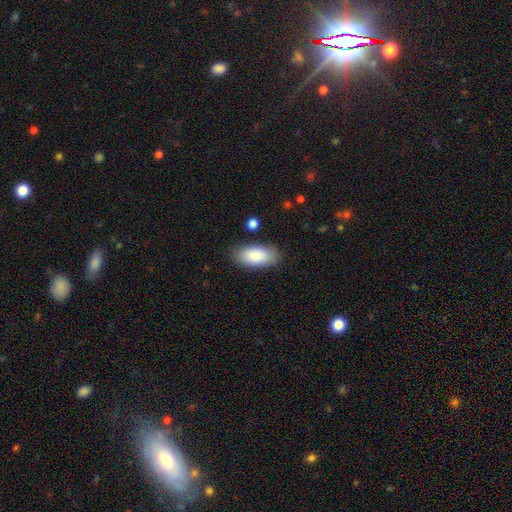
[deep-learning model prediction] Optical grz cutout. It shows a smooth galaxy with no disk features (88%) that is in between round and cigar-shaped (91%). Merging: none (84%).